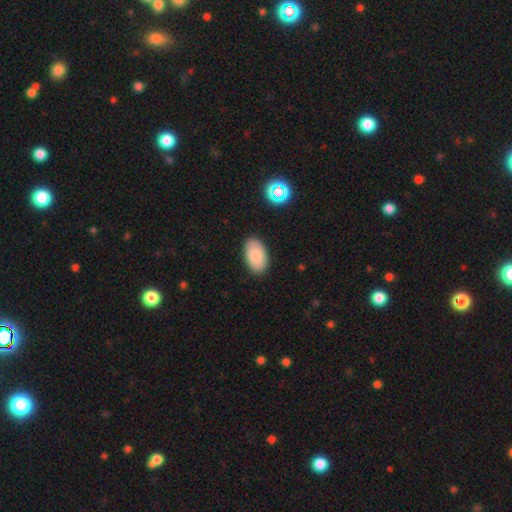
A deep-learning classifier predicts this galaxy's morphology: smooth_or_featured: smooth (p=0.86) [alt: star or artifact p=0.08]
how_rounded: in between (p=0.94) [alt: round p=0.04]
merging: none (p=0.87) [alt: minor disturbance p=0.09]